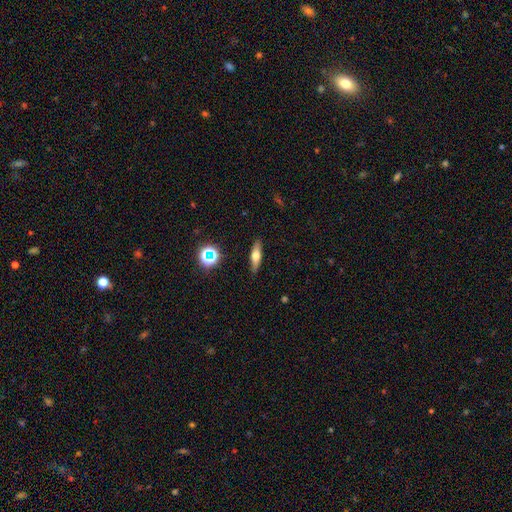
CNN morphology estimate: Q: Smooth or featured?
A: smooth (50%); runner-up: featured or disk (40%)
Q: How rounded?
A: cigar-shaped (61%); runner-up: in between (35%)
Q: Merging?
A: none (88%); runner-up: minor disturbance (9%)